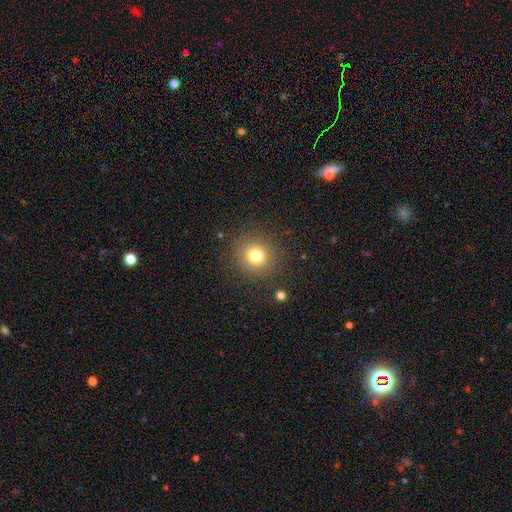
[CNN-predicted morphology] A smooth galaxy with no disk features (77%) that is round (92%). Merging: none (88%).